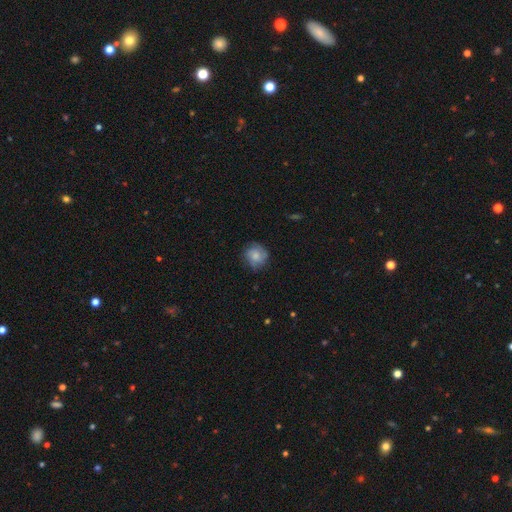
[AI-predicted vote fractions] Q: Smooth or featured?
A: smooth (66%); runner-up: featured or disk (26%)
Q: How rounded?
A: round (88%); runner-up: in between (11%)
Q: Merging?
A: none (76%); runner-up: minor disturbance (18%)